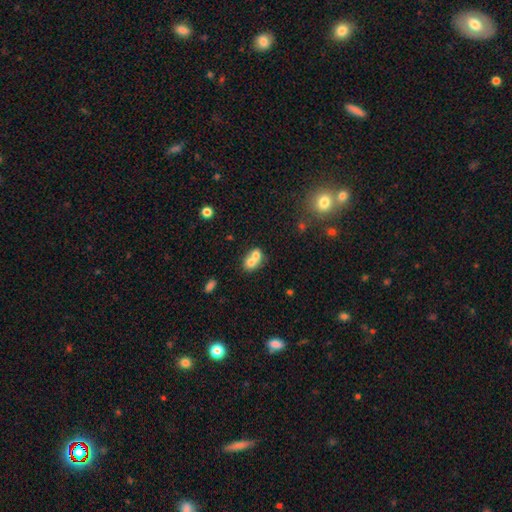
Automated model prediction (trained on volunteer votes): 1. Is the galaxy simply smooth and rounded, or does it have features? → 68% smooth, 22% featured or disk, 10% star or artifact.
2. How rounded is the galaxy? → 51% round, 48% in between, 1% cigar-shaped.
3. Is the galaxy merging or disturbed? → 72% merger, 20% none, 5% minor disturbance, 3% major disturbance.